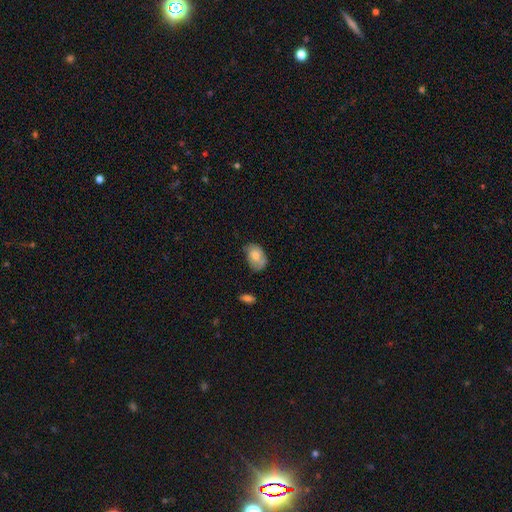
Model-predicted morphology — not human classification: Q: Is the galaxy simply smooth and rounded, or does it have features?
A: smooth — 74%.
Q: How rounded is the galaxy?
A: in between — 83%.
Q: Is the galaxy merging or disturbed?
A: none — 53%.